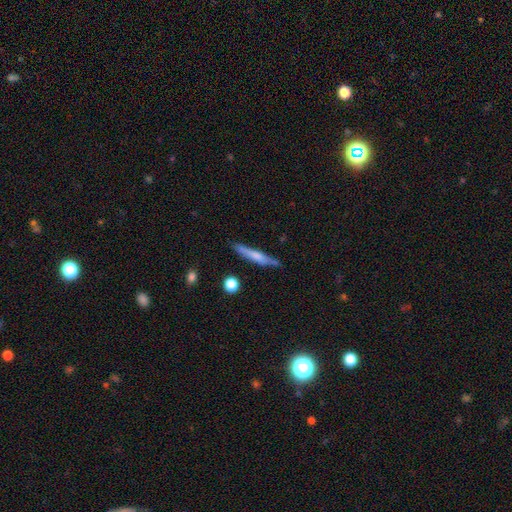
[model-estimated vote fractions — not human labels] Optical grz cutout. It shows a smooth galaxy with no disk features (50%). Merging: none (80%).